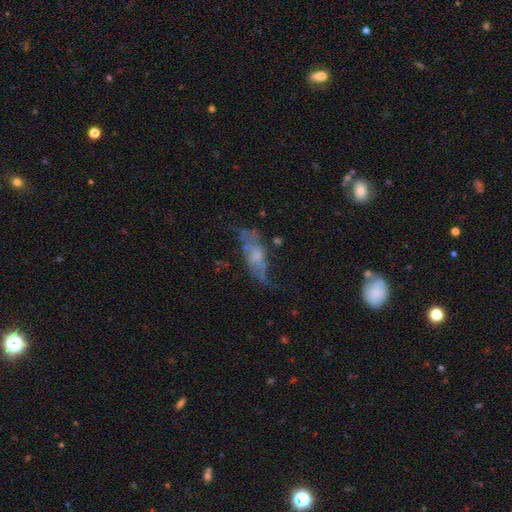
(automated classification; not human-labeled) Smooth or featured? Predicted: featured or disk (p=0.53). Edge-on disk? Predicted: no (p=0.73). Merging? Predicted: none (p=0.41).